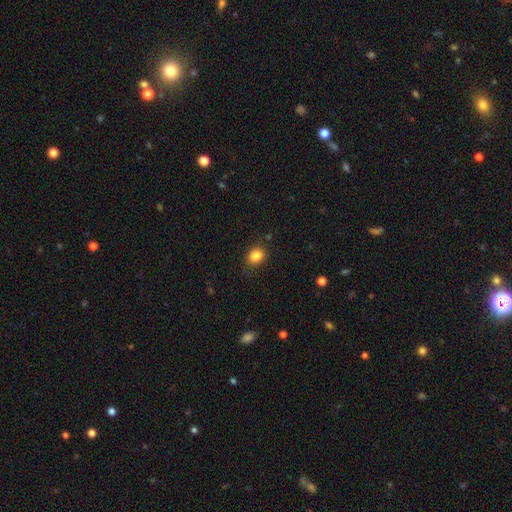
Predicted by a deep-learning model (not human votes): smooth_or_featured: smooth (p=0.85) [alt: star or artifact p=0.10]
how_rounded: in between (p=0.53) [alt: round p=0.46]
merging: none (p=0.81) [alt: minor disturbance p=0.13]